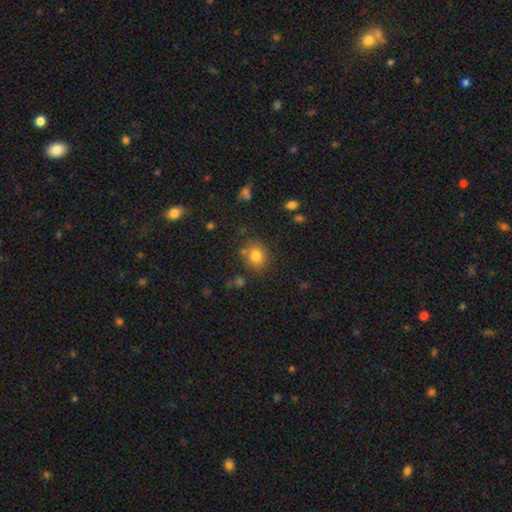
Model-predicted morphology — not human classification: A smooth galaxy with no disk features (80%) that is round (77%). Merging: none (79%).